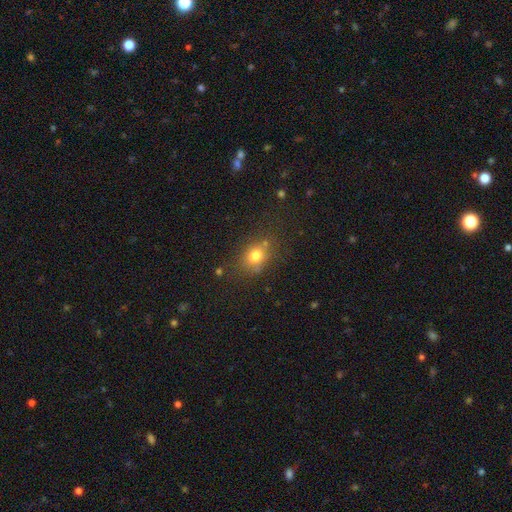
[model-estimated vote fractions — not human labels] Smooth or featured: smooth — 75% (star or artifact — 14%)
How rounded: round — 52% (in between — 47%)
Merging: none — 70% (minor disturbance — 16%)